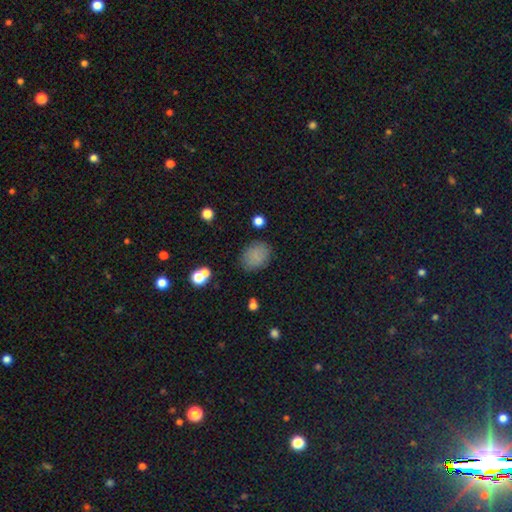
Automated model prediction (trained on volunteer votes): This appears to be a smooth galaxy with no disk features (82%) that is in between round and cigar-shaped (59%). Merging: none (81%).